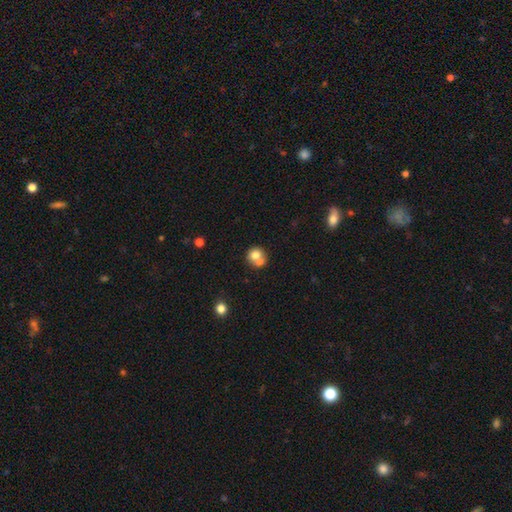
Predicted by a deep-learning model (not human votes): Smooth or featured: smooth — 73% (featured or disk — 17%)
How rounded: round — 81% (in between — 18%)
Merging: merger — 48% (none — 40%)